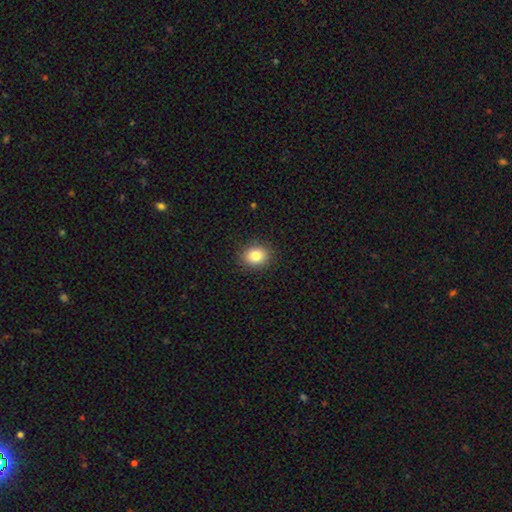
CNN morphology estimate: The model was most divided on "how rounded": round: 59%, in between: 40%, cigar-shaped: 1%. More confident: merging — none (89%); smooth or featured — smooth (81%).